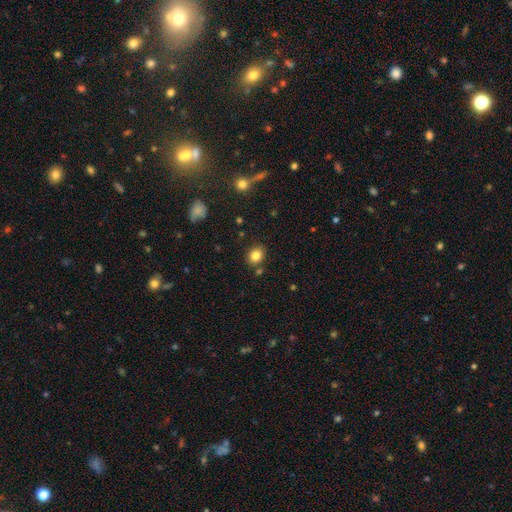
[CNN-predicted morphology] The model was most divided on "how rounded": round: 54%, in between: 45%, cigar-shaped: 1%. More confident: smooth or featured — smooth (83%); merging — none (81%).